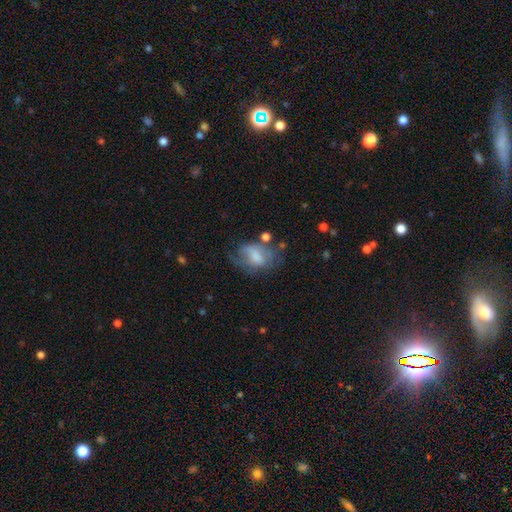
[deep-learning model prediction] Smooth or featured? Predicted: smooth (p=0.50). Merging? Predicted: none (p=0.36).